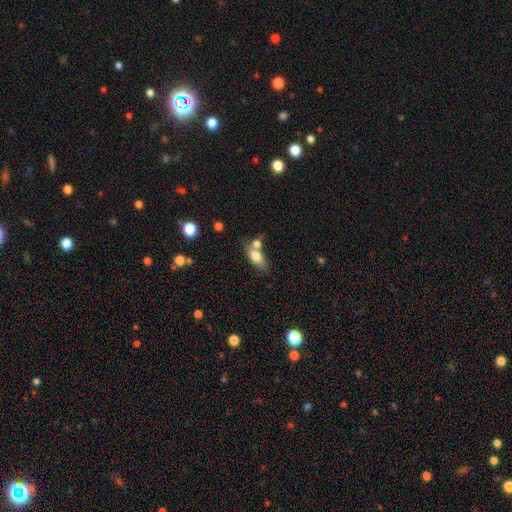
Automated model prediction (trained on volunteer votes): Morphology: type=smooth (72%); roundness=in between (76%); merging=none (47%).